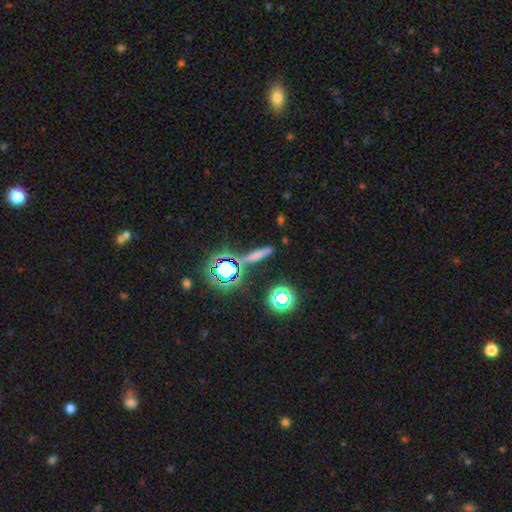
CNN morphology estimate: Smooth or featured? Predicted: smooth (p=0.50). Merging? Predicted: none (p=0.74).